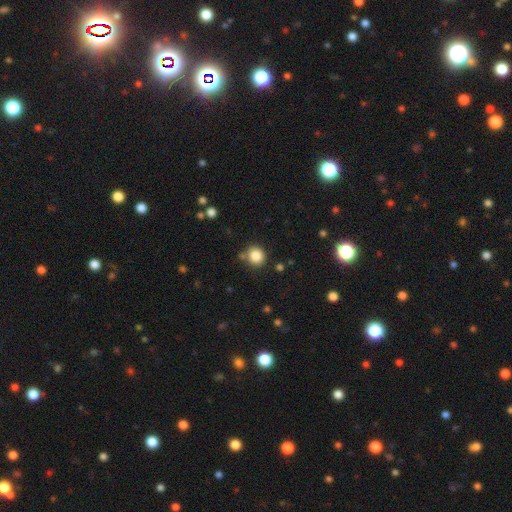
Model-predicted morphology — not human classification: Q: Smooth or featured?
A: smooth (85%); runner-up: star or artifact (10%)
Q: How rounded?
A: round (87%); runner-up: in between (12%)
Q: Merging?
A: none (78%); runner-up: minor disturbance (11%)